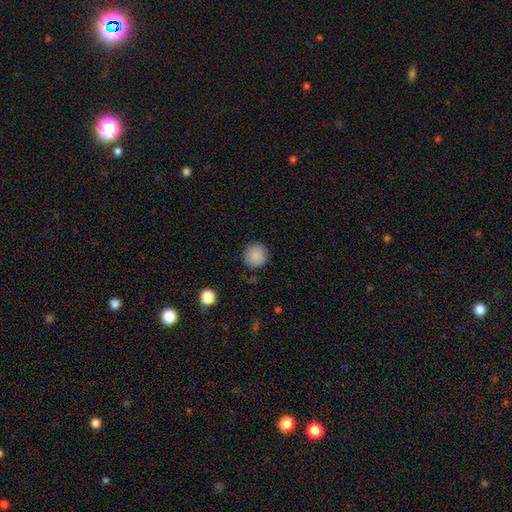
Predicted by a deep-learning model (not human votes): Overall: smooth (88%). How rounded: round (95%). Merging: none (89%).